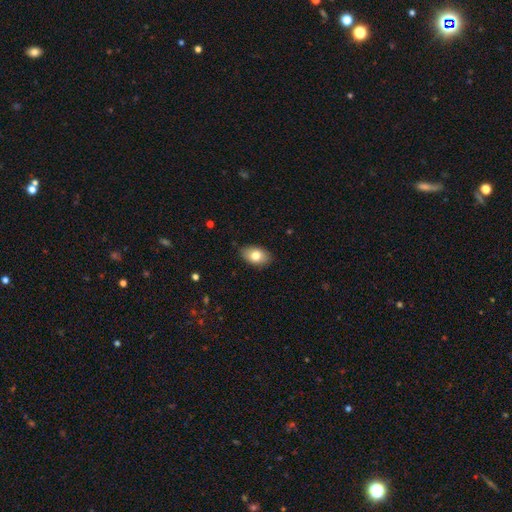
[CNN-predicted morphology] smooth 80%, featured or disk 13%, star or artifact 7%. Down the decision tree: how rounded — in between (89%); merging — none (84%).